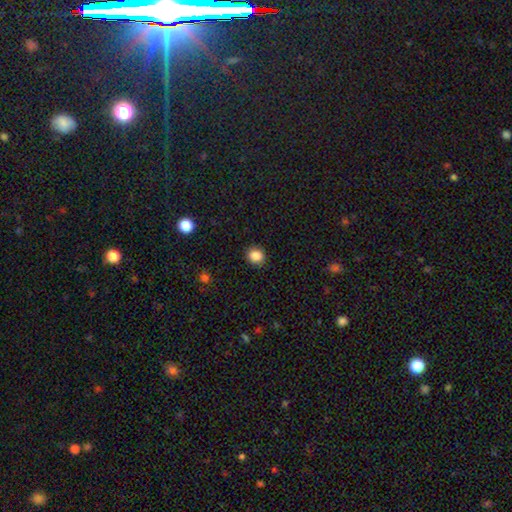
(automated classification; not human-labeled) Morphology: type=smooth (86%); roundness=round (79%); merging=none (91%).